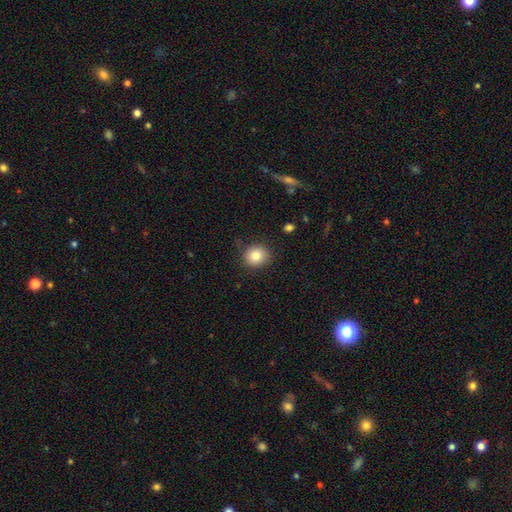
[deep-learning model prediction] Smooth or featured? smooth (83%)
How rounded? round (79%)
Merging? none (82%)